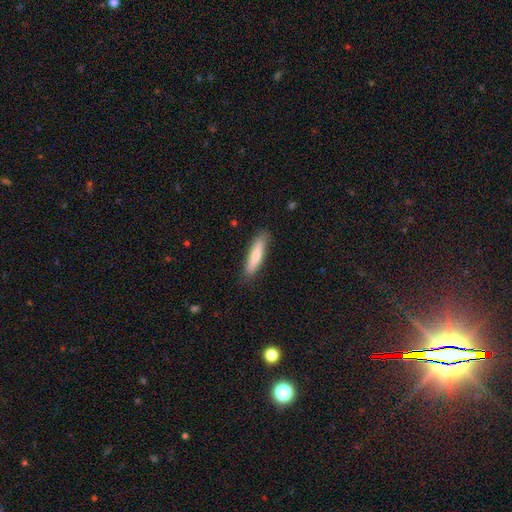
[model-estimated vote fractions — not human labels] This appears to be a smooth galaxy with no disk features (72%) that is cigar-shaped (81%). Merging: none (85%).